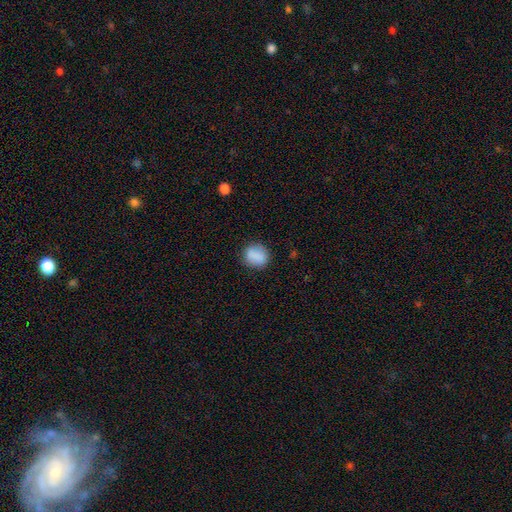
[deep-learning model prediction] smooth_or_featured: smooth (p=0.85) [alt: star or artifact p=0.08]
how_rounded: round (p=0.69) [alt: in between p=0.30]
merging: none (p=0.81) [alt: minor disturbance p=0.13]